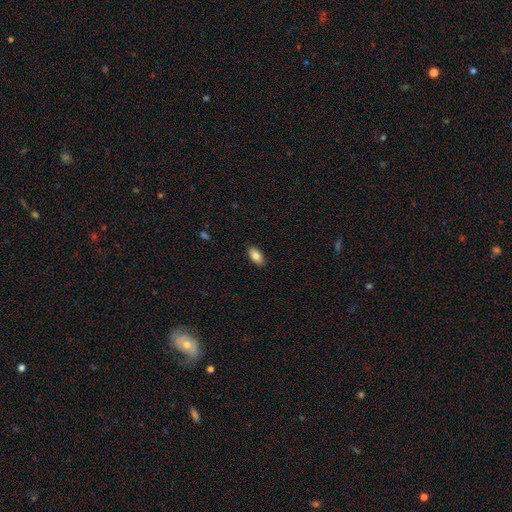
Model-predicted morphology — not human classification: Smooth or featured? Predicted: smooth (p=0.84). How rounded? Predicted: in between (p=0.92). Merging? Predicted: none (p=0.89).